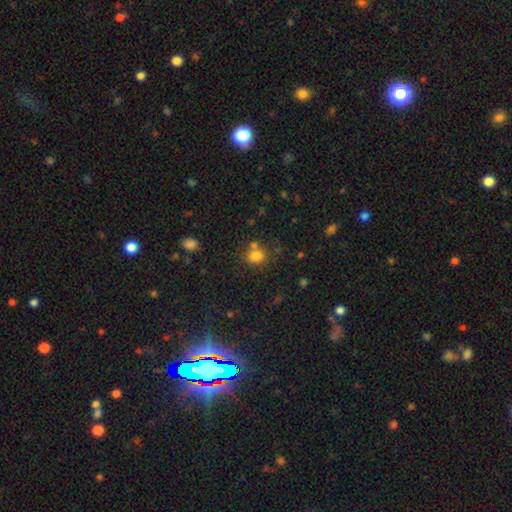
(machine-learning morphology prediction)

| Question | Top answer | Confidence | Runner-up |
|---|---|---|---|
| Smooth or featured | smooth | 80% | star or artifact (13%) |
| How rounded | round | 69% | in between (30%) |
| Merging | none | 60% | merger (22%) |